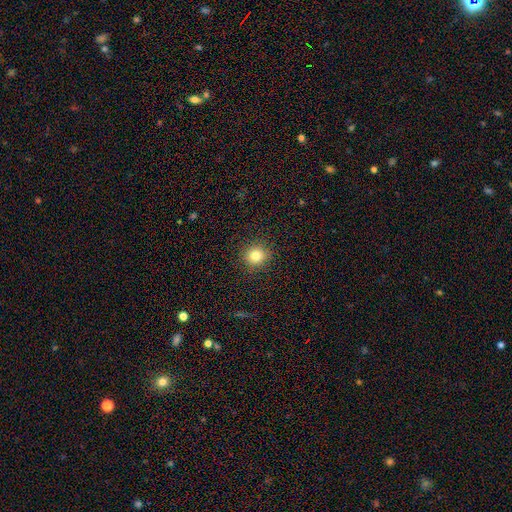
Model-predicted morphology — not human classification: smooth 81%, star or artifact 12%, featured or disk 7%. Down the decision tree: how rounded — round (90%); merging — none (90%).